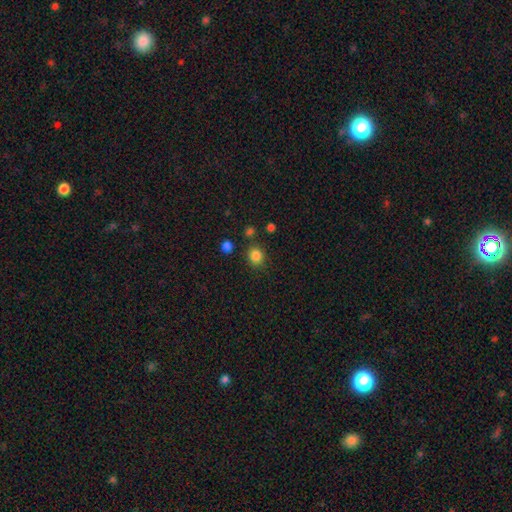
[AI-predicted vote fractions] A smooth galaxy with no disk features (84%) that is round (80%). Merging: none (83%).